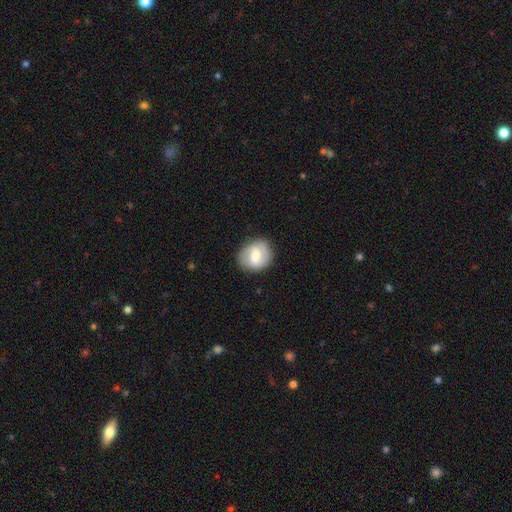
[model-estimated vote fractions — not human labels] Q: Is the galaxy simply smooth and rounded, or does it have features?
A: featured or disk — 47%.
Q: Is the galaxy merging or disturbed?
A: none — 83%.